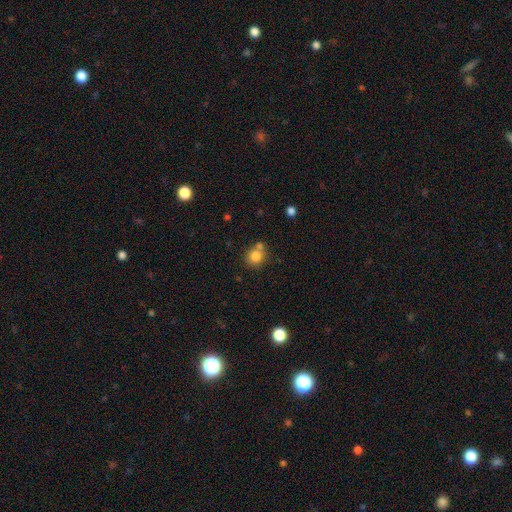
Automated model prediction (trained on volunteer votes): smooth 81%, star or artifact 11%, featured or disk 8%. Down the decision tree: how rounded — round (83%); merging — none (57%).